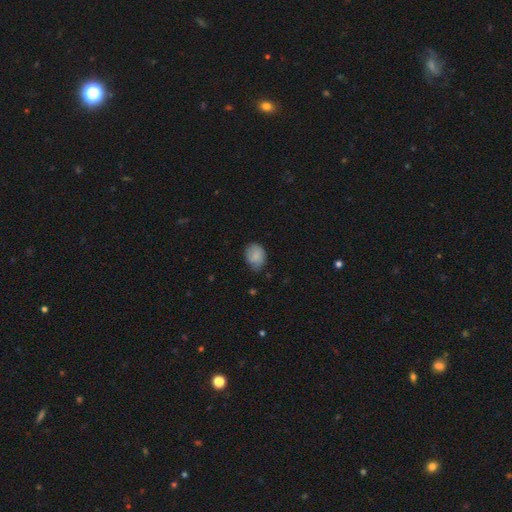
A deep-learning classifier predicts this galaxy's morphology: Smooth or featured: smooth — 80% (featured or disk — 12%)
How rounded: in between — 57% (round — 42%)
Merging: none — 63% (minor disturbance — 31%)